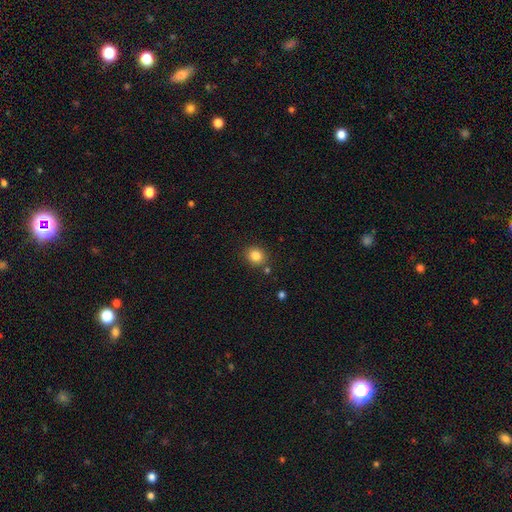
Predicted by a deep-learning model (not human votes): This appears to be a smooth galaxy with no disk features (84%) that is round (78%). Merging: none (83%).